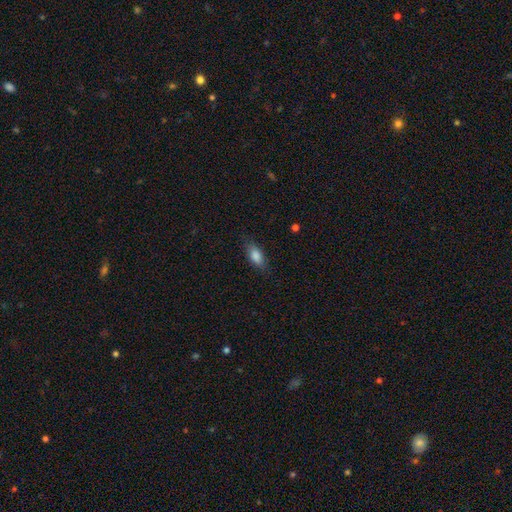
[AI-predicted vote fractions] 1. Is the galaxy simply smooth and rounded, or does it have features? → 84% smooth, 9% featured or disk, 7% star or artifact.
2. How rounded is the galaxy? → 82% in between, 14% cigar-shaped, 3% round.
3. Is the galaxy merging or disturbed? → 80% none, 15% minor disturbance, 4% major disturbance, 1% merger.